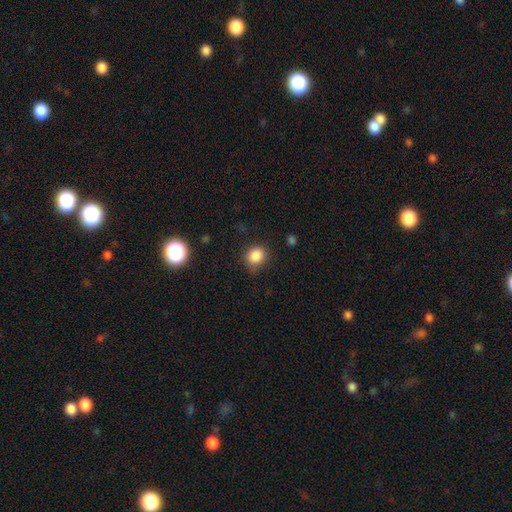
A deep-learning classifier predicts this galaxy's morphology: The model was most divided on "how rounded": round: 72%, in between: 28%, cigar-shaped: 1%. More confident: smooth or featured — smooth (85%); merging — none (74%).